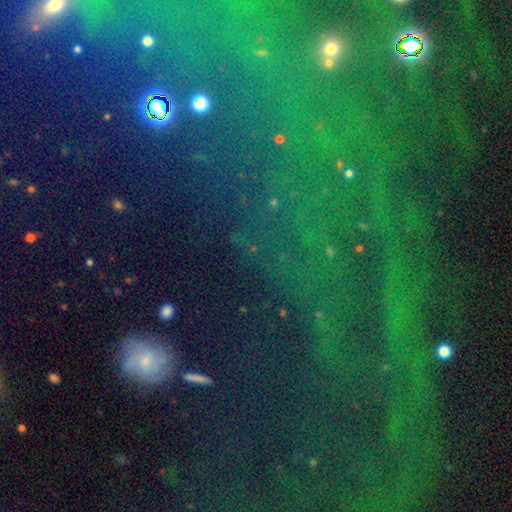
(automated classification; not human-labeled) Smooth or featured: star or artifact — 67% (smooth — 20%)